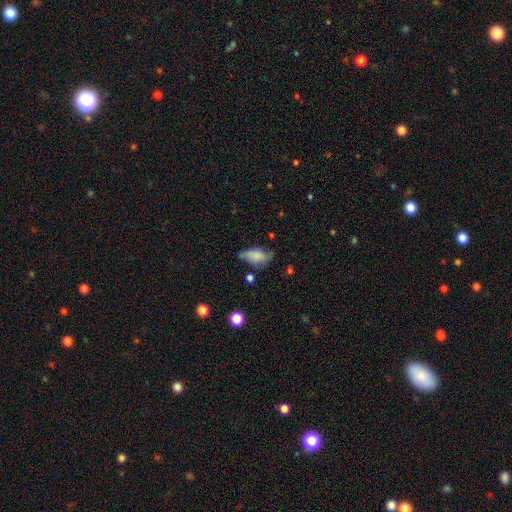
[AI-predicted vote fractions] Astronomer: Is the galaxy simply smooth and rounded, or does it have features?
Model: smooth — 75%.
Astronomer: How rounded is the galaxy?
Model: in between — 86%.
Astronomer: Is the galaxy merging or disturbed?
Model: none — 51% (runner-up: minor disturbance, 34%).